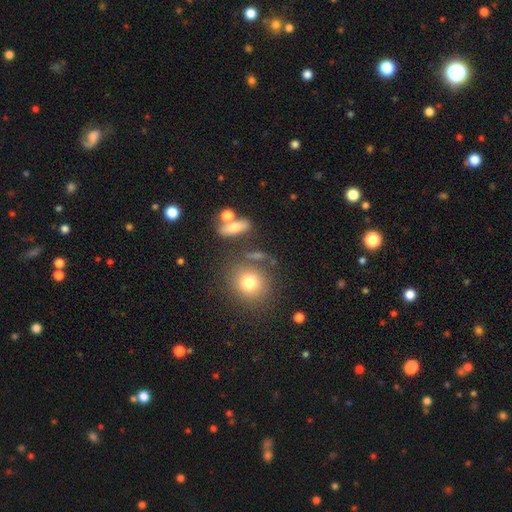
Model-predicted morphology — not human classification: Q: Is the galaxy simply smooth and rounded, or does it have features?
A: smooth — 65%.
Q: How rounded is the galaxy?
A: round — 60%.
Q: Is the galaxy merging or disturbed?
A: none — 69%.